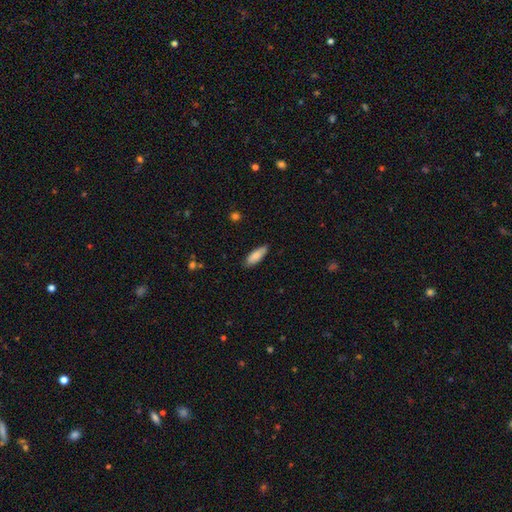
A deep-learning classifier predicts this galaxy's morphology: Smooth or featured: smooth — 85% (featured or disk — 9%)
How rounded: in between — 67% (cigar-shaped — 31%)
Merging: none — 84% (minor disturbance — 13%)